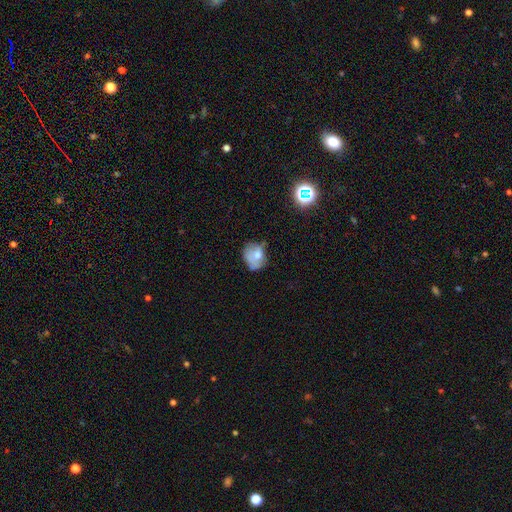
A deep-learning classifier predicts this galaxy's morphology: A smooth galaxy with no disk features (62%) that is round (51%). Merging: none (38%).